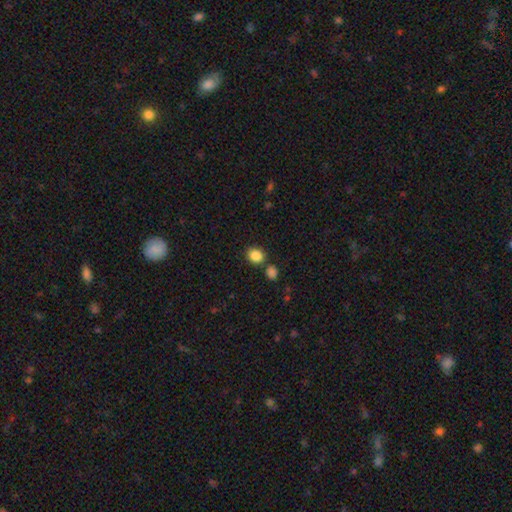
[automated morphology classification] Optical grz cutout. It shows a smooth galaxy with no disk features (87%) that is round (60%). Merging: none (74%).